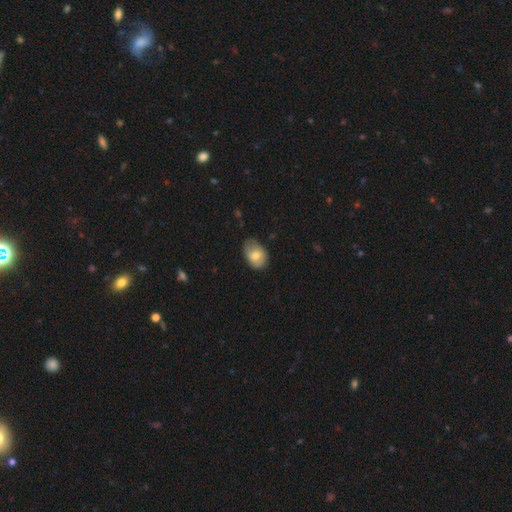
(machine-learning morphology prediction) smooth-or-featured: smooth: 73% | featured or disk: 20% | star or artifact: 7%
  how-rounded: in between: 82% | round: 17% | cigar-shaped: 1%
  merging: none: 59% | minor disturbance: 34% | major disturbance: 6% | merger: 1%